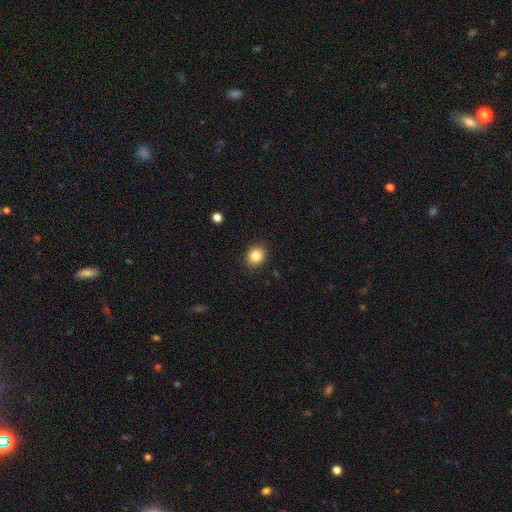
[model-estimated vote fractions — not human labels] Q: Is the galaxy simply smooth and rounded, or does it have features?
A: smooth — 86%.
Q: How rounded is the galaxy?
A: round — 73%.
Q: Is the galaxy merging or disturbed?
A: none — 89%.